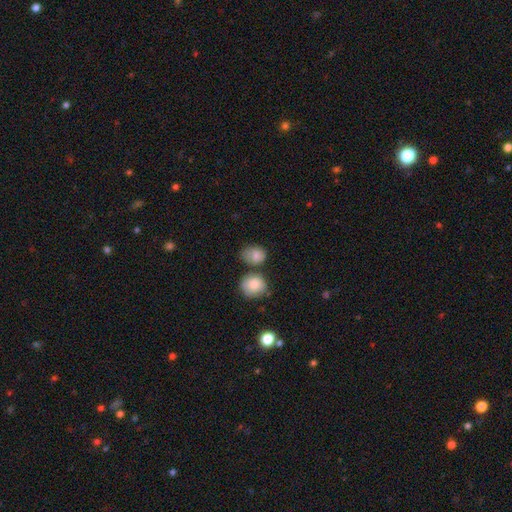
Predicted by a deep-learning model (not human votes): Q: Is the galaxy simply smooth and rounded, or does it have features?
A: smooth — 80%.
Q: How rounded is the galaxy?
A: in between — 55%.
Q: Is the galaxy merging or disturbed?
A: none — 46%.